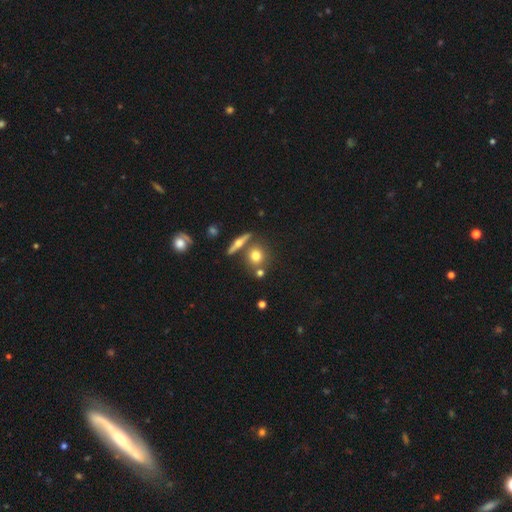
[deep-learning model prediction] Morphology: type=smooth (68%); roundness=round (80%); merging=none (69%).